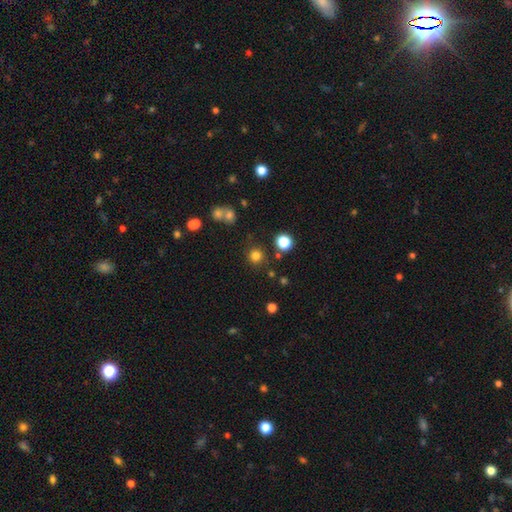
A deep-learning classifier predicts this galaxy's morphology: Smooth or featured? smooth (78%)
How rounded? round (93%)
Merging? none (83%)